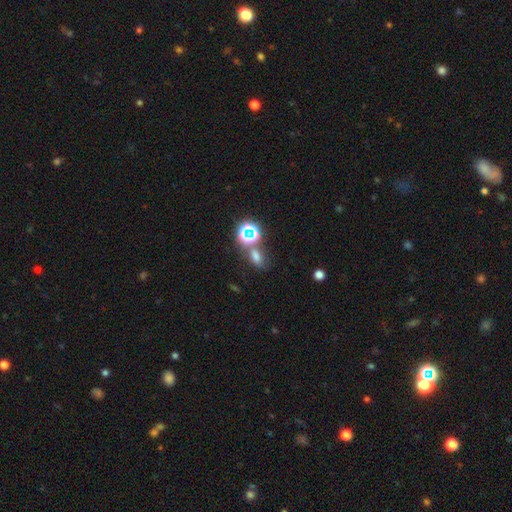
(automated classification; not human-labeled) Smooth or featured: smooth — 60% (star or artifact — 31%)
How rounded: in between — 72% (round — 25%)
Merging: none — 58% (merger — 21%)